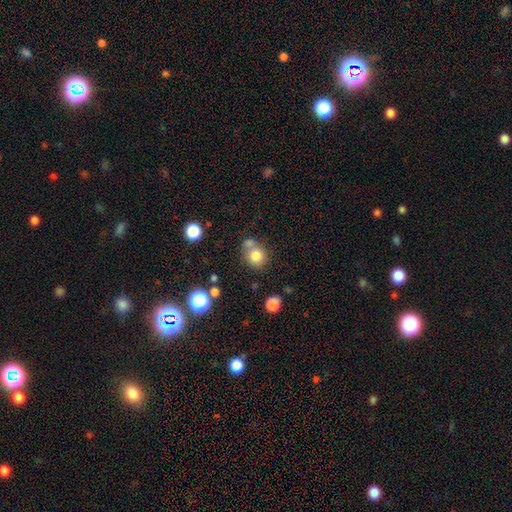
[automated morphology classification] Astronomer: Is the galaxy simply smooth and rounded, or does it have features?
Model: smooth — 79%.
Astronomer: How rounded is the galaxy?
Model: round — 85%.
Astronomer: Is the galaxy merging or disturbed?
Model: none — 57%.